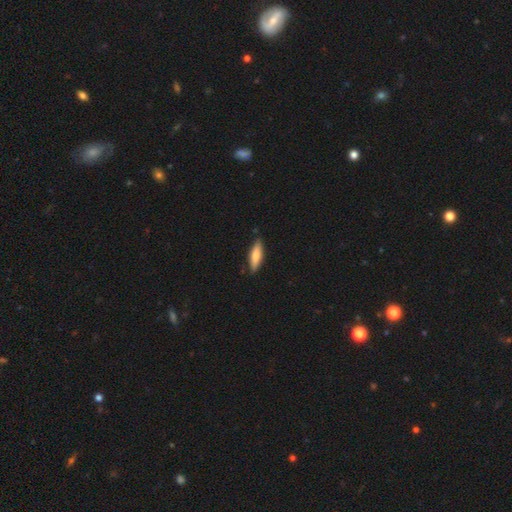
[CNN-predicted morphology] This appears to be a smooth galaxy with no disk features (73%) that is cigar-shaped (65%). Merging: none (85%).